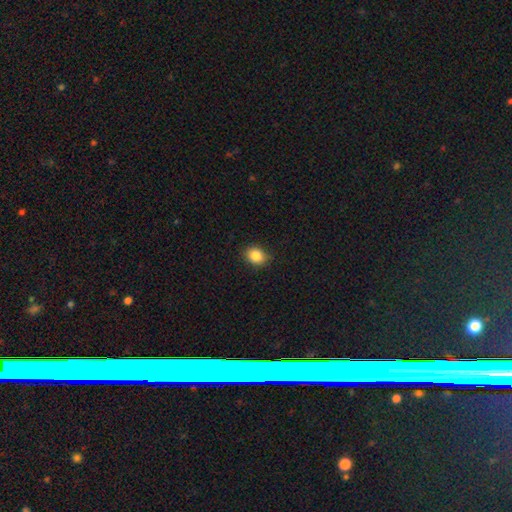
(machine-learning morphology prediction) This is clearly a smooth galaxy (85%). How rounded: likely round (63%). Merging: clearly none (83%).